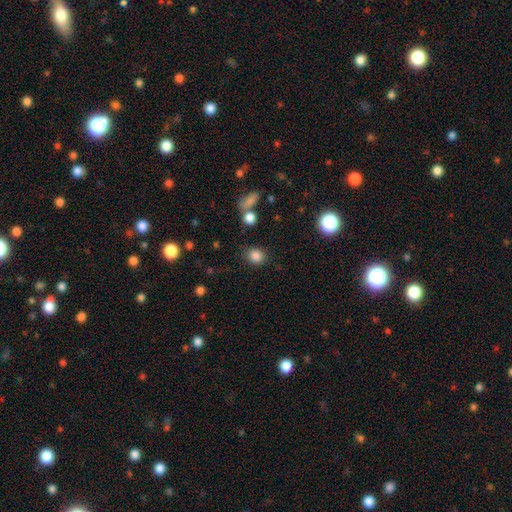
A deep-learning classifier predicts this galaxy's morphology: This is clearly a smooth galaxy (85%). How rounded: likely round (69%). Merging: clearly none (82%).